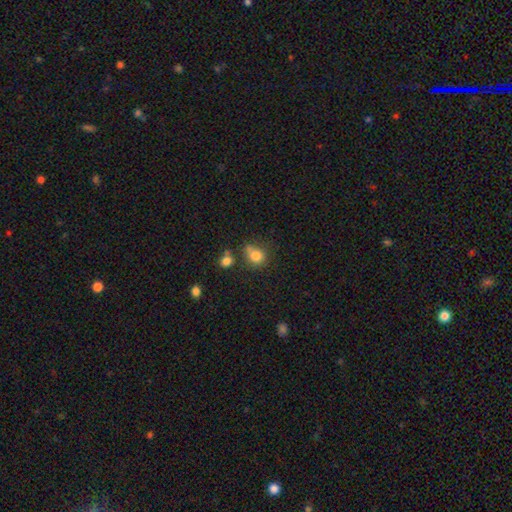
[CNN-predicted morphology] smooth 81%, star or artifact 11%, featured or disk 8%. Down the decision tree: how rounded — round (70%); merging — none (54%).